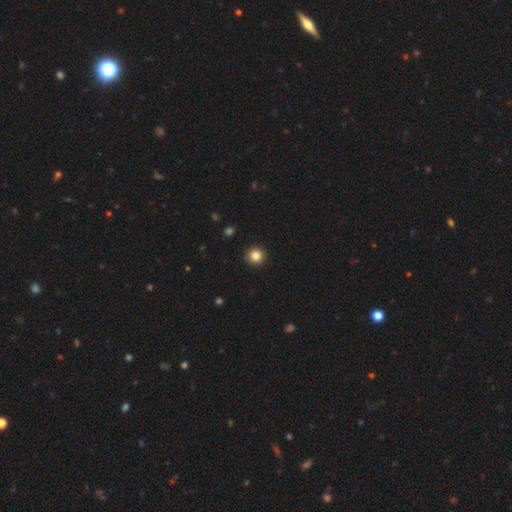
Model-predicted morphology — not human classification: smooth-or-featured: smooth: 85% | star or artifact: 11% | featured or disk: 5%
  how-rounded: round: 94% | in between: 5% | cigar-shaped: 1%
  merging: none: 92% | minor disturbance: 5% | major disturbance: 2% | merger: 1%